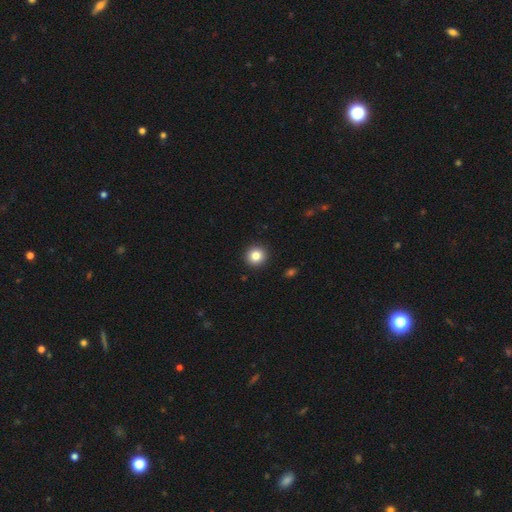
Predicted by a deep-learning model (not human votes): This is clearly a smooth galaxy (84%). How rounded: clearly round (93%). Merging: clearly none (93%).